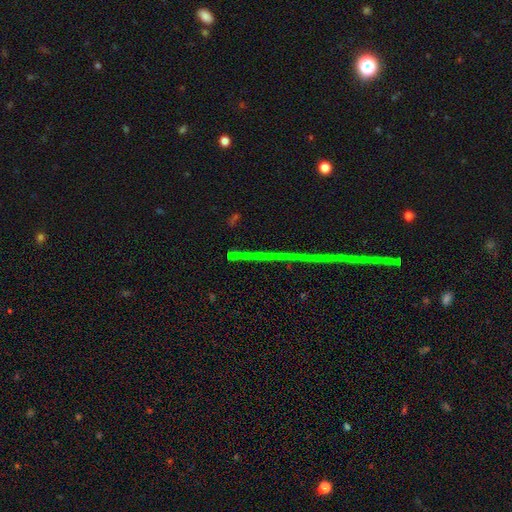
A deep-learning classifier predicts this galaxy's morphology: Smooth or featured: star or artifact — 76% (featured or disk — 14%)